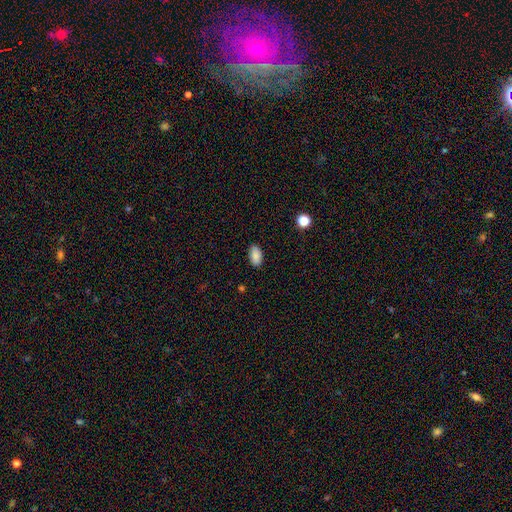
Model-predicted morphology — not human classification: The model was most divided on "merging": none: 87%, minor disturbance: 10%, major disturbance: 2%, merger: 1%. More confident: how rounded — in between (94%); smooth or featured — smooth (87%).